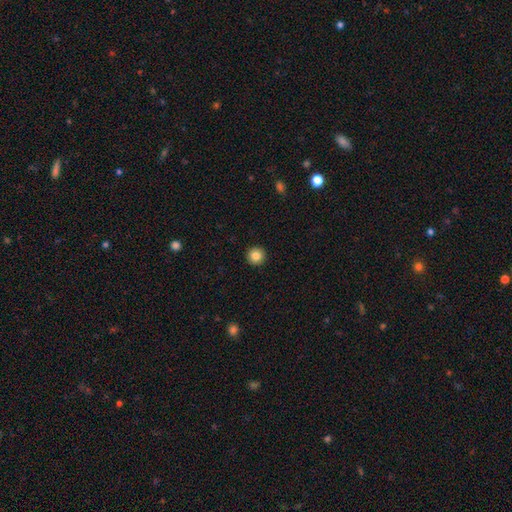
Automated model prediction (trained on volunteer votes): This is clearly a smooth galaxy (85%). How rounded: clearly round (96%). Merging: clearly none (93%).